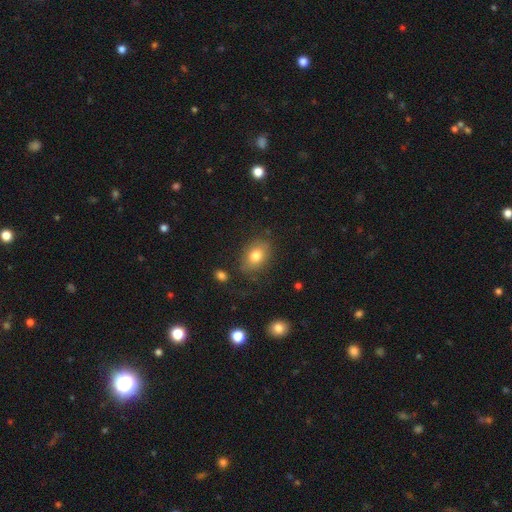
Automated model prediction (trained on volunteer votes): The model was most divided on "how rounded": in between: 72%, round: 26%, cigar-shaped: 1%. More confident: merging — none (79%); smooth or featured — smooth (77%).